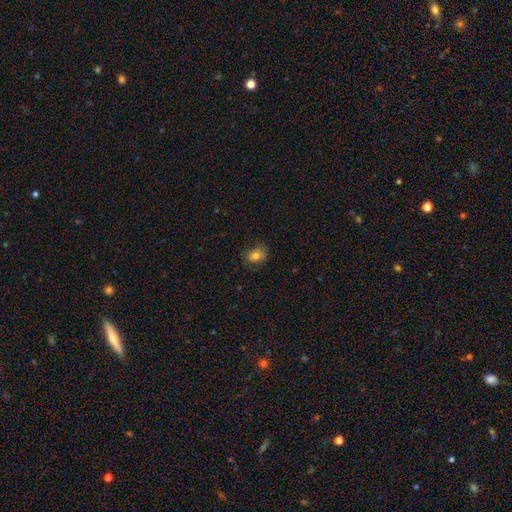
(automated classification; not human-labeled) Overall: smooth (78%). How rounded: in between (54%; round 45%). Merging: none (74%).